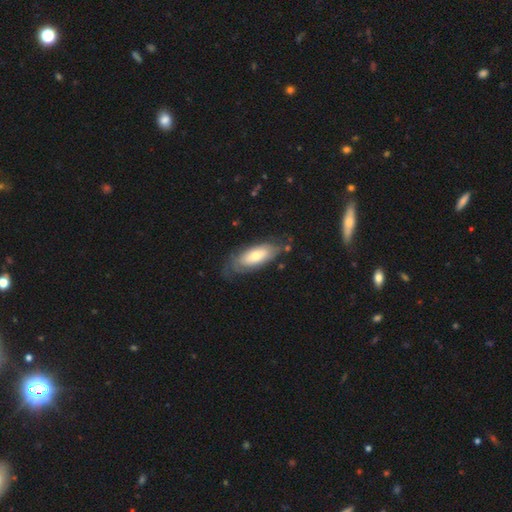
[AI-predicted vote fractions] The model was most divided on "smooth or featured": smooth: 53%, featured or disk: 42%, star or artifact: 5%. More confident: how rounded — in between (81%); merging — none (62%).